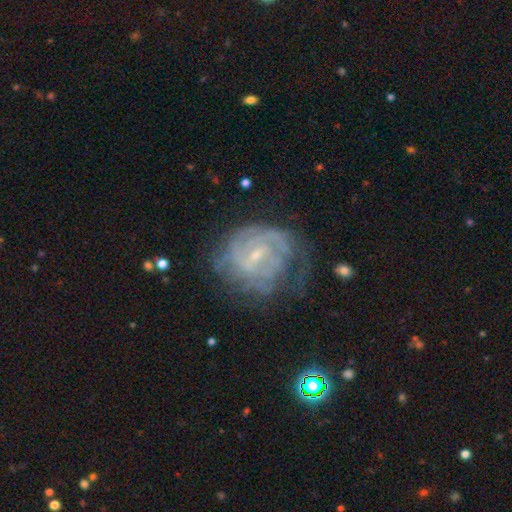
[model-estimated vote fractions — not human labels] smooth_or_featured: featured or disk (p=0.80) [alt: smooth p=0.13]
disk_edge_on: no (p=0.97) [alt: yes p=0.03]
bar: weak (p=0.56) [alt: no p=0.28]
has_spiral_arms: yes (p=0.85) [alt: no p=0.15]
spiral_winding: tight (p=0.63) [alt: medium p=0.28]
spiral_arm_count: can't tell (p=0.49) [alt: 2 p=0.21]
bulge_size: small (p=0.75) [alt: moderate p=0.17]
merging: none (p=0.54) [alt: minor disturbance p=0.24]